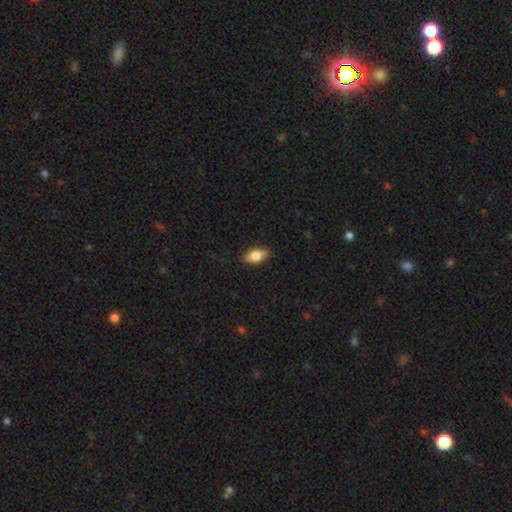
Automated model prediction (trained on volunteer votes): Q: Smooth or featured?
A: smooth (76%); runner-up: featured or disk (17%)
Q: How rounded?
A: in between (84%); runner-up: cigar-shaped (11%)
Q: Merging?
A: none (86%); runner-up: minor disturbance (11%)